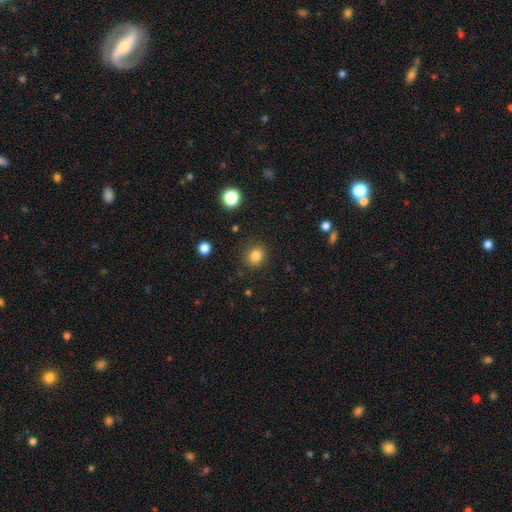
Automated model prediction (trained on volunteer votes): The model was most divided on "how rounded": round: 75%, in between: 24%, cigar-shaped: 1%. More confident: merging — none (87%); smooth or featured — smooth (83%).